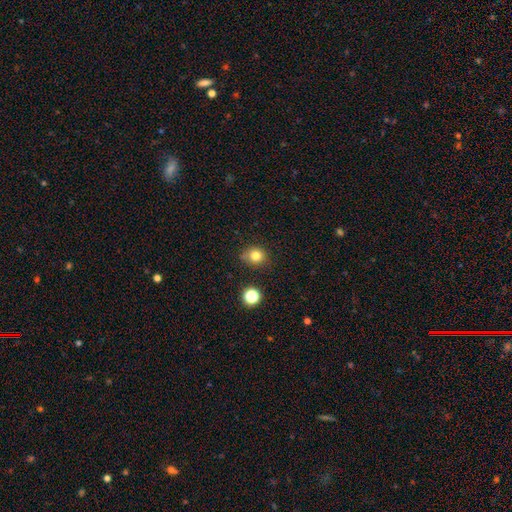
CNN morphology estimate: Overall: smooth (79%). How rounded: round (83%). Merging: none (77%).